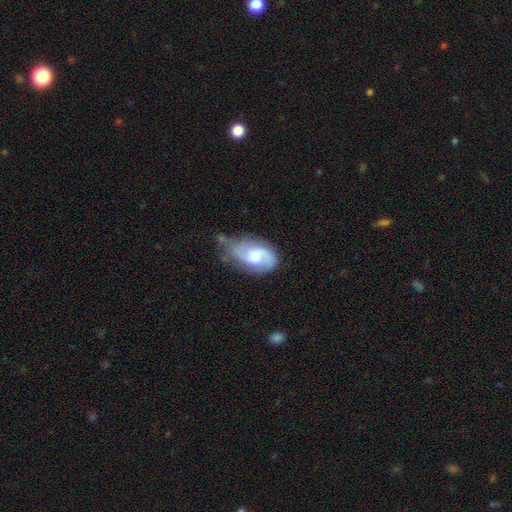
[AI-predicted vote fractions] Q: Smooth or featured?
A: featured or disk (71%); runner-up: smooth (23%)
Q: Edge-on disk?
A: no (97%); runner-up: yes (3%)
Q: Bar?
A: no (53%); runner-up: weak (41%)
Q: Spiral arms?
A: yes (93%); runner-up: no (7%)
Q: Spiral winding?
A: medium (49%); runner-up: loose (30%)
Q: Spiral arm count?
A: 2 (81%); runner-up: can't tell (8%)
Q: Bulge size?
A: moderate (43%); runner-up: large (24%)
Q: Merging?
A: none (43%); runner-up: minor disturbance (34%)